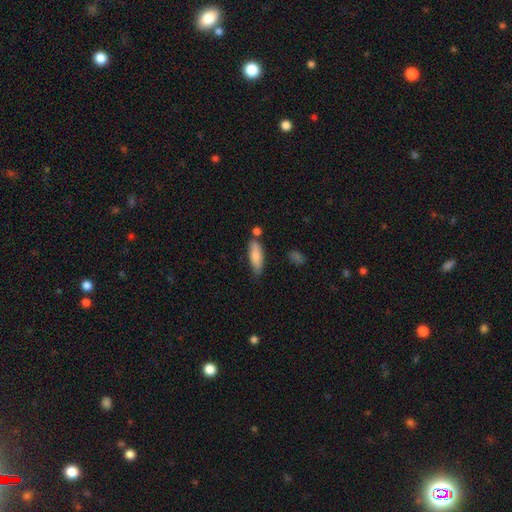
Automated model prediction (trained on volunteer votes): smooth 81%, featured or disk 12%, star or artifact 6%. Down the decision tree: how rounded — in between (57%); merging — none (63%).